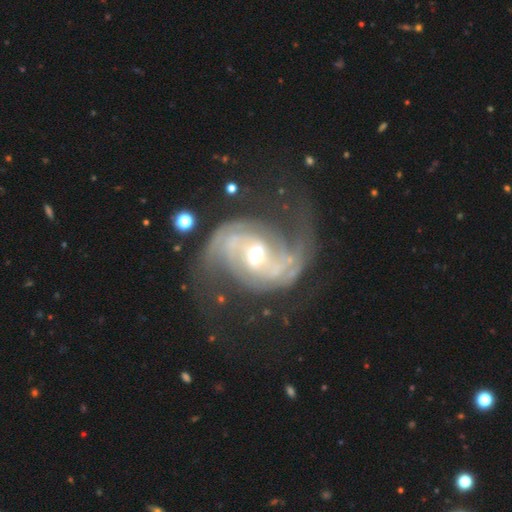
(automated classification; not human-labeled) featured or disk 91%, star or artifact 5%, smooth 4%. Down the decision tree: edge-on disk — no (98%); bar — weak (46%); spiral arms — yes (97%); spiral arm count — 2 (85%); spiral winding — medium (51%); bulge size — moderate (62%); merging — none (64%).